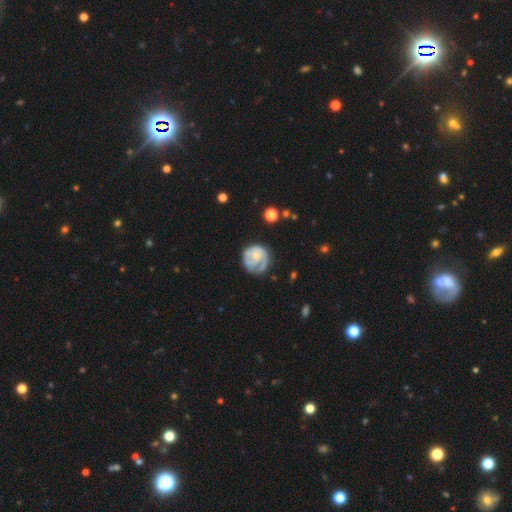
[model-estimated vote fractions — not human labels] Overall: featured or disk (68%). Edge-on disk: no (98%). Bar: no (77%). Spiral arms: yes (84%). Spiral arm count: can't tell (30%; 2 25%). Spiral winding: tight (55%; medium 32%). Bulge size: small (61%; moderate 23%). Merging: none (58%; minor disturbance 23%).